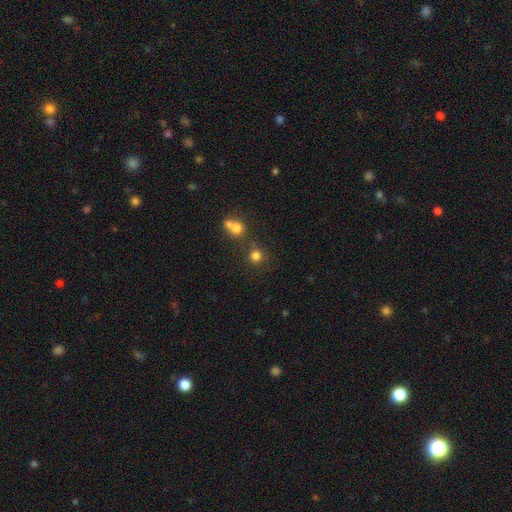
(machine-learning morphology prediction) This appears to be a smooth galaxy with no disk features (78%) that is round (91%). Merging: none (69%).